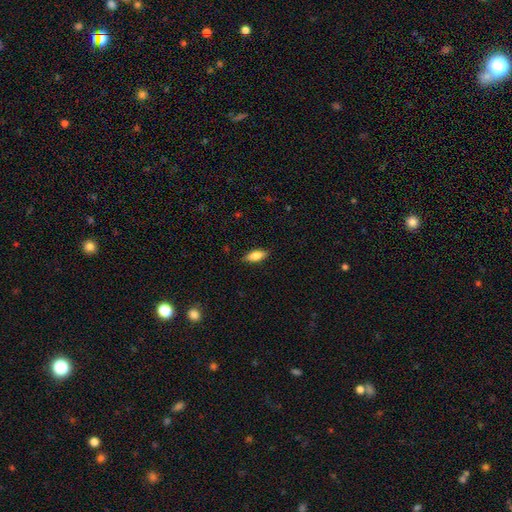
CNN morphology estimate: The model was most divided on "how rounded": in between: 72%, cigar-shaped: 25%, round: 3%. More confident: merging — none (86%); smooth or featured — smooth (74%).